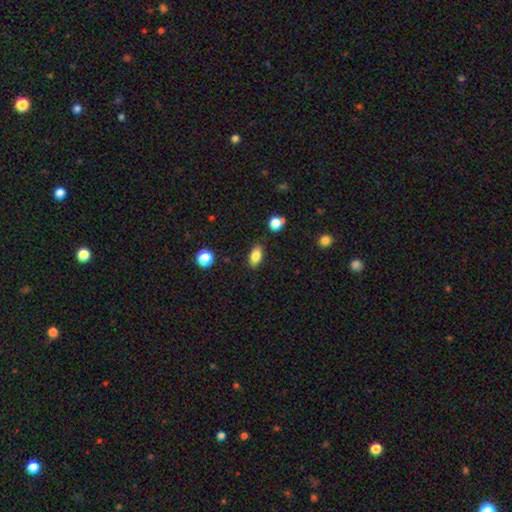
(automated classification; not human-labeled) This is clearly a smooth galaxy (83%). How rounded: clearly in between (86%). Merging: clearly none (85%).